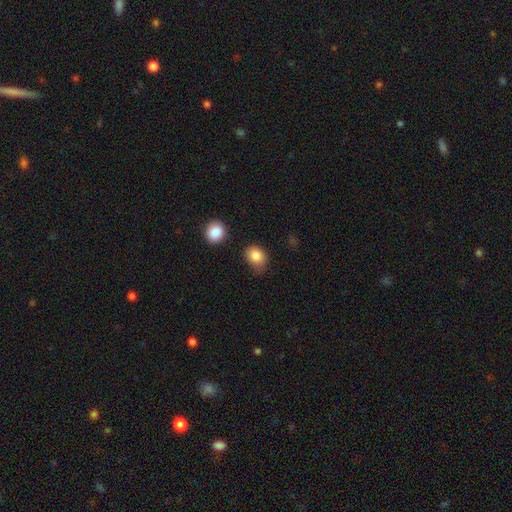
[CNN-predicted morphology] smooth 84%, star or artifact 10%, featured or disk 6%. Down the decision tree: how rounded — in between (50%); merging — none (62%).